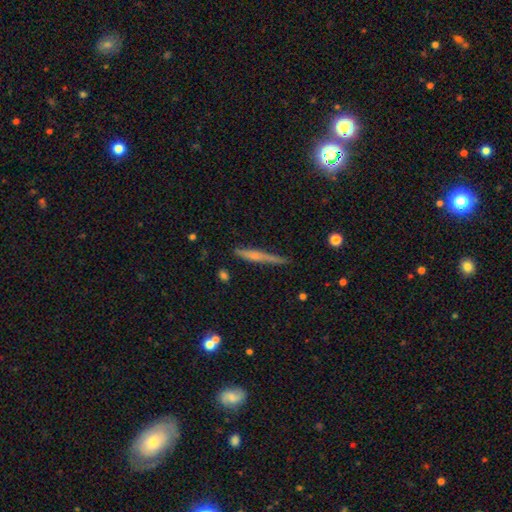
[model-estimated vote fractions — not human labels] smooth 47%, featured or disk 45%, star or artifact 8%. Down the decision tree: merging — none (78%).